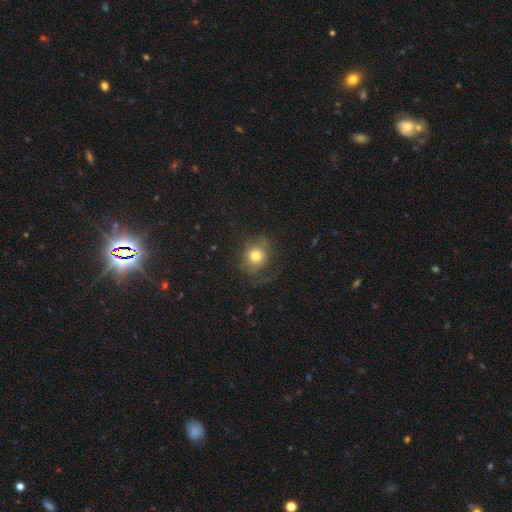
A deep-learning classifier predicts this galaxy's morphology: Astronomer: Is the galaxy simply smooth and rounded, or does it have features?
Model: smooth — 69%.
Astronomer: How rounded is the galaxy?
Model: round — 77%.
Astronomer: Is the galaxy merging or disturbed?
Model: none — 59%.